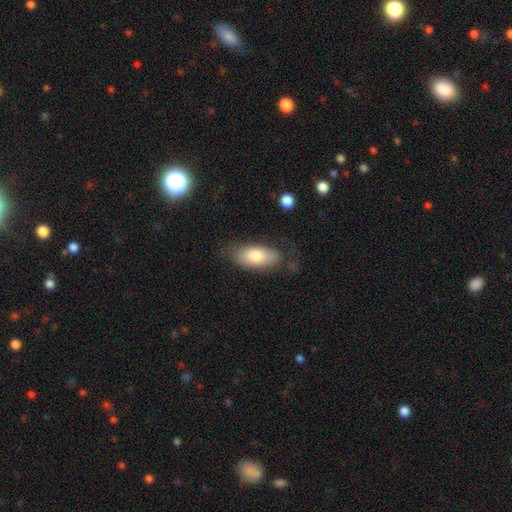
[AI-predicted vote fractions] Smooth or featured?
  - smooth: 76% *
  - featured or disk: 18%
  - star or artifact: 6%
How rounded?
  - in between: 90% *
  - cigar-shaped: 8%
  - round: 3%
Merging?
  - none: 66% *
  - minor disturbance: 22%
  - major disturbance: 10%
  - merger: 2%